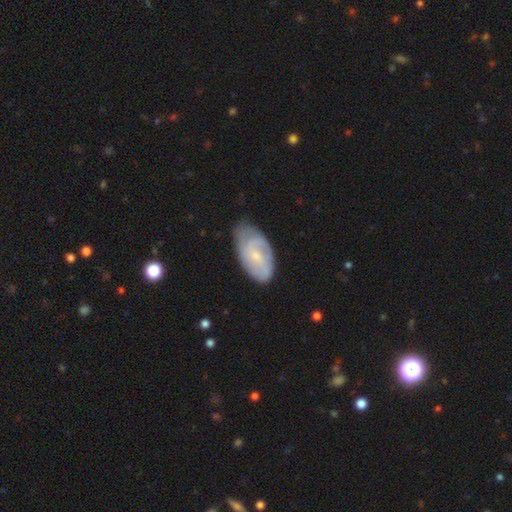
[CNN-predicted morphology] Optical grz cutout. It shows a featured or disk galaxy (59%) with no bar (60%), spiral arms (82%) and a small central bulge (64%). Merging: none (60%).